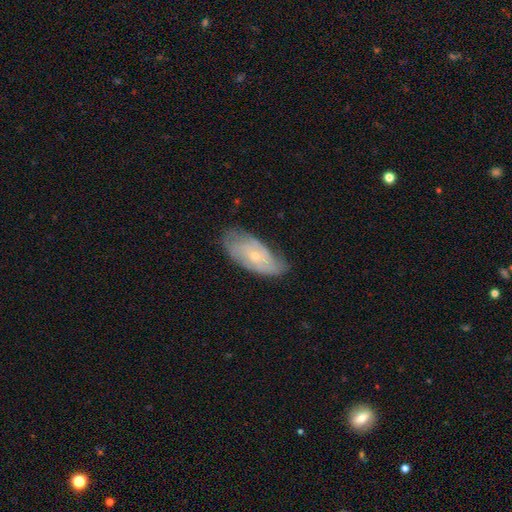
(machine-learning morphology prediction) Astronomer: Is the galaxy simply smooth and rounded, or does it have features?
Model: featured or disk — 61%.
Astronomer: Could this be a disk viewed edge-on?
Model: no — 90%.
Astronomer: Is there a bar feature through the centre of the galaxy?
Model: no — 76%.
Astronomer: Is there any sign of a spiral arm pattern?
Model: yes — 78%.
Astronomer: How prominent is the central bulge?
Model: small — 69%.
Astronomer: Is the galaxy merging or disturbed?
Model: none — 62%.